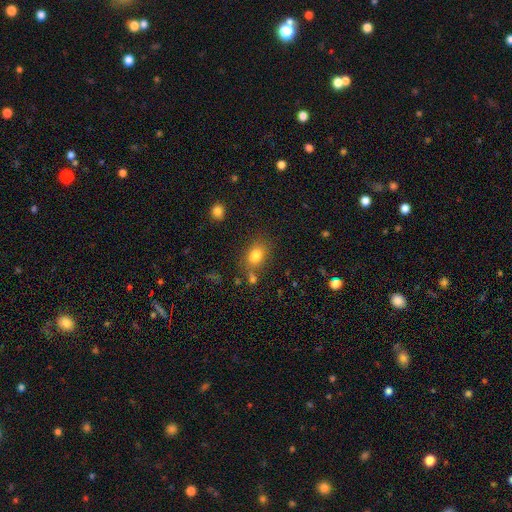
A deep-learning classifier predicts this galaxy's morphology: This appears to be a smooth galaxy with no disk features (81%) that is in between round and cigar-shaped (65%). Merging: none (69%).